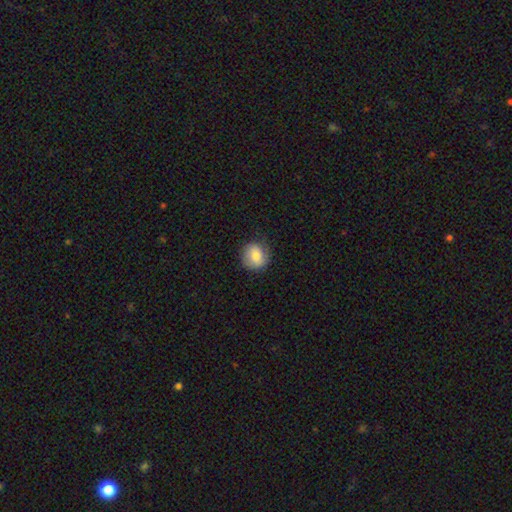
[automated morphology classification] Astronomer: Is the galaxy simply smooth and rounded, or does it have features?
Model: smooth — 79%.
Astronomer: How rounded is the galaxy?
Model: round — 82%.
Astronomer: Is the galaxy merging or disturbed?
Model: none — 77%.